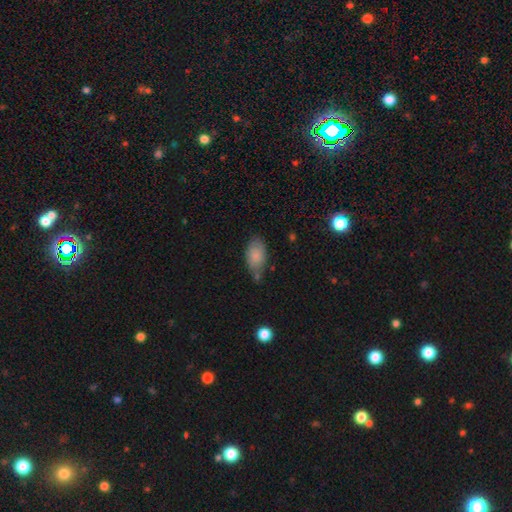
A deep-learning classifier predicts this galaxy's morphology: smooth-or-featured: smooth: 82% | featured or disk: 10% | star or artifact: 8%
  how-rounded: in between: 92% | round: 5% | cigar-shaped: 3%
  merging: none: 57% | minor disturbance: 29% | major disturbance: 7% | merger: 7%